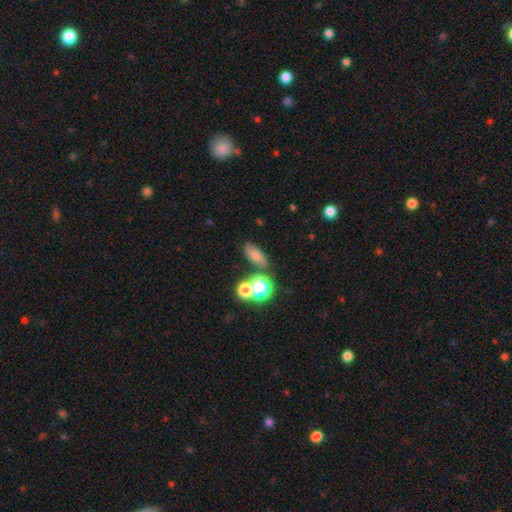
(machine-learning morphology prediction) smooth_or_featured: smooth (p=0.56) [alt: star or artifact p=0.22]
how_rounded: in between (p=0.69) [alt: round p=0.23]
merging: none (p=0.71) [alt: merger p=0.12]